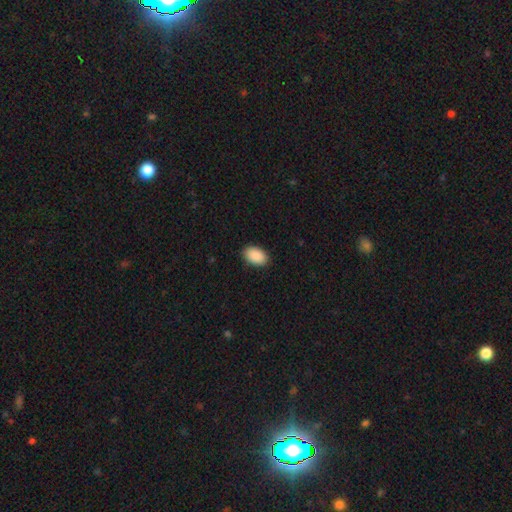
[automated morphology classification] smooth 91%, star or artifact 6%, featured or disk 3%. Down the decision tree: how rounded — in between (92%); merging — none (89%).